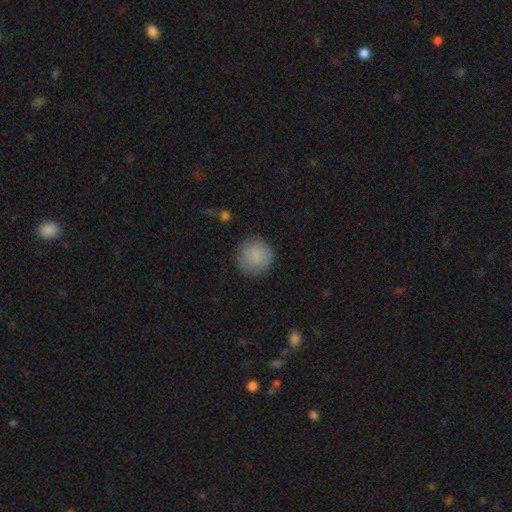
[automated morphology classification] smooth-or-featured: smooth: 86% | star or artifact: 7% | featured or disk: 7%
  how-rounded: round: 94% | in between: 5% | cigar-shaped: 1%
  merging: none: 84% | minor disturbance: 12% | major disturbance: 3% | merger: 1%